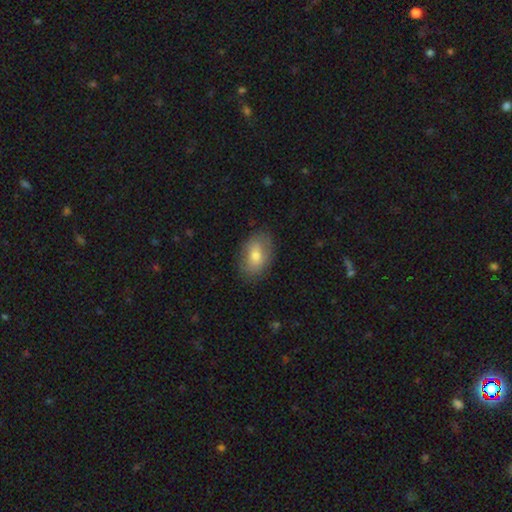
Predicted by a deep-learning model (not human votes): A smooth galaxy with no disk features (68%) that is in between round and cigar-shaped (87%).

Vote fractions:
- Smooth or featured? smooth: 68% / featured or disk: 25% / star or artifact: 7%
- How rounded? in between: 87% / round: 12% / cigar-shaped: 2%
- Merging? none: 80% / minor disturbance: 15% / major disturbance: 4% / merger: 1%